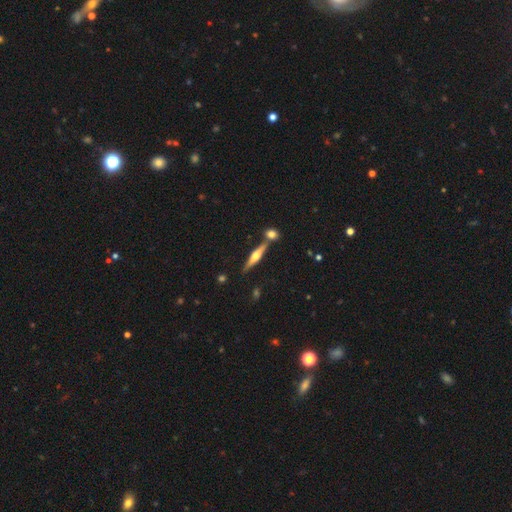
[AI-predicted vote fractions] This is likely a featured or disk galaxy (67%). It is clearly viewed edge-on (96%). Edge-on bulge: clearly rounded (91%). Merging: likely none (74%).